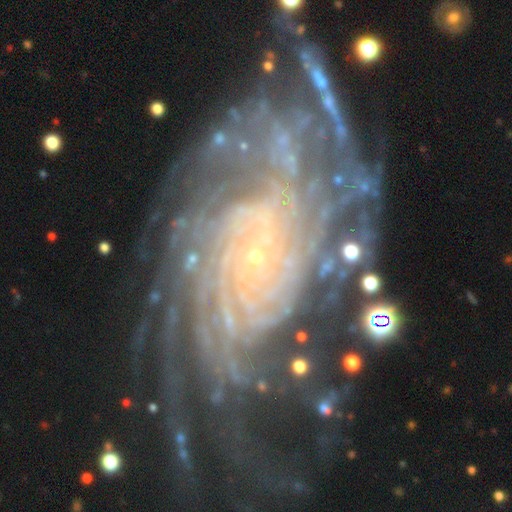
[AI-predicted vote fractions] Morphology: type=featured or disk (89%); edge-on=no (96%); bar=no (69%); spiral arms=yes (98%); winding=tight (74%); arm count=more than 4 (32%); bulge=small (87%); merging=none (67%).